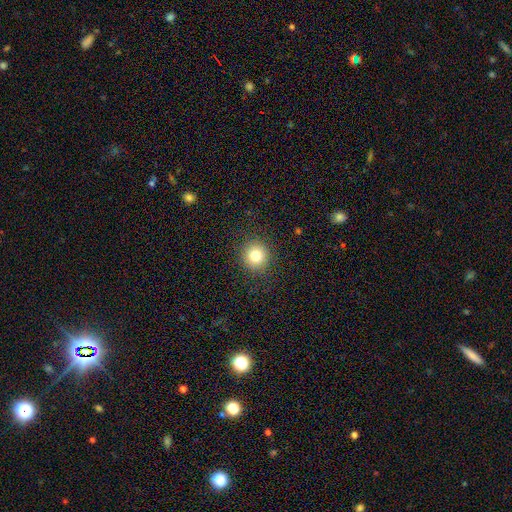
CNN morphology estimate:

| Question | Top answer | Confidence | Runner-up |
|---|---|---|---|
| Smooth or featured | smooth | 80% | star or artifact (12%) |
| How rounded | round | 92% | in between (7%) |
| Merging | none | 90% | minor disturbance (6%) |